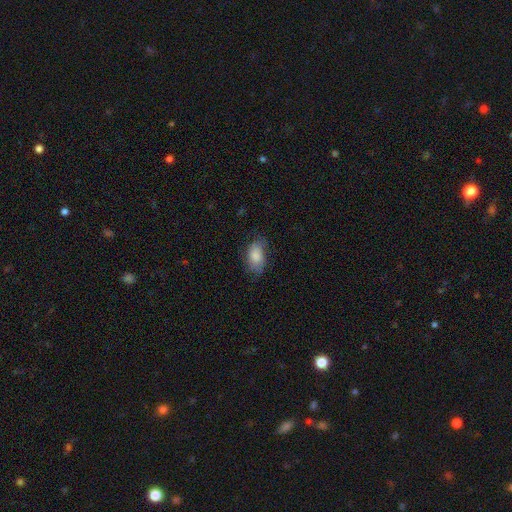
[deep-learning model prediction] Smooth or featured: smooth — 80% (featured or disk — 13%)
How rounded: in between — 91% (round — 8%)
Merging: none — 61% (minor disturbance — 27%)